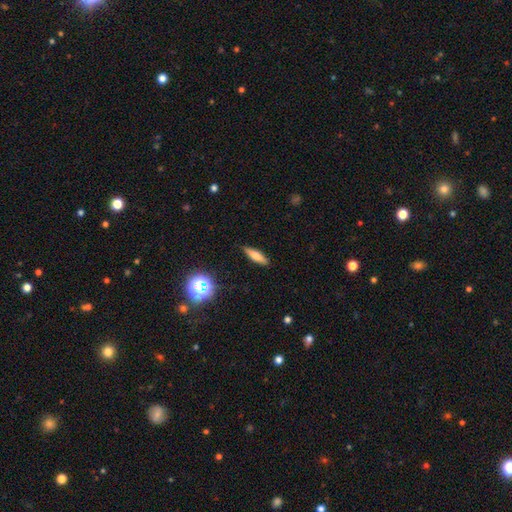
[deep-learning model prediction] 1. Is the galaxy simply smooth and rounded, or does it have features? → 63% smooth, 27% featured or disk, 10% star or artifact.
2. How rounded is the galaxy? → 60% cigar-shaped, 37% in between, 3% round.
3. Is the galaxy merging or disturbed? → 86% none, 10% minor disturbance, 2% major disturbance, 1% merger.